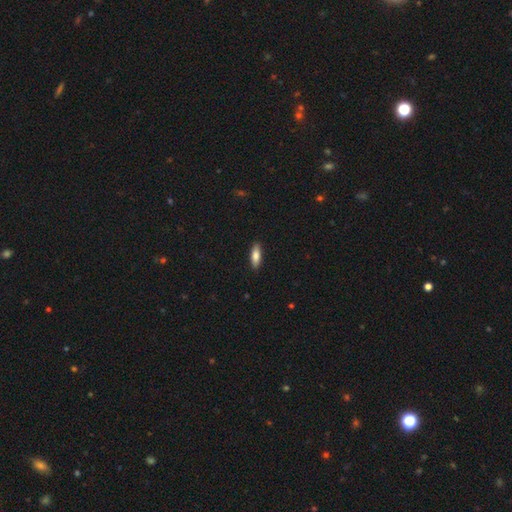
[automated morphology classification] Overall: smooth (81%). How rounded: in between (60%; cigar-shaped 38%). Merging: none (89%).